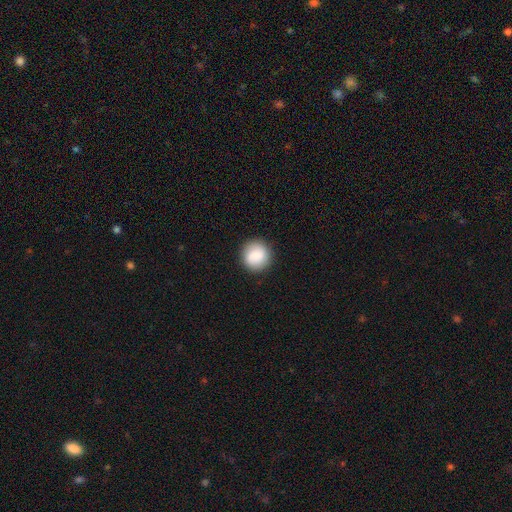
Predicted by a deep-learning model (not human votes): This is clearly a smooth galaxy (82%). How rounded: clearly round (94%). Merging: clearly none (90%).